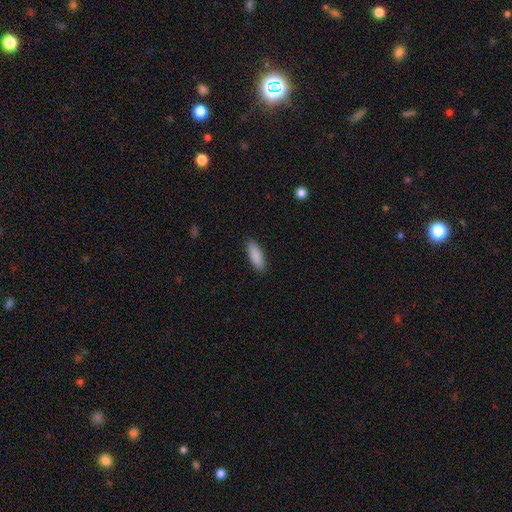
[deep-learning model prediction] Smooth or featured: smooth — 89% (star or artifact — 6%)
How rounded: in between — 59% (cigar-shaped — 40%)
Merging: none — 88% (minor disturbance — 9%)